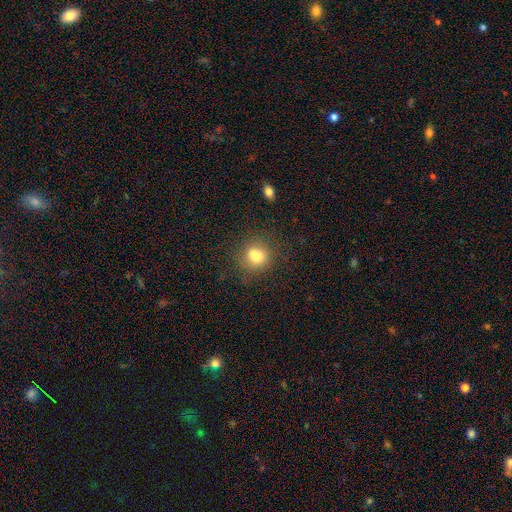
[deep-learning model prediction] This appears to be a smooth galaxy with no disk features (75%) that is round (67%). Merging: none (60%).